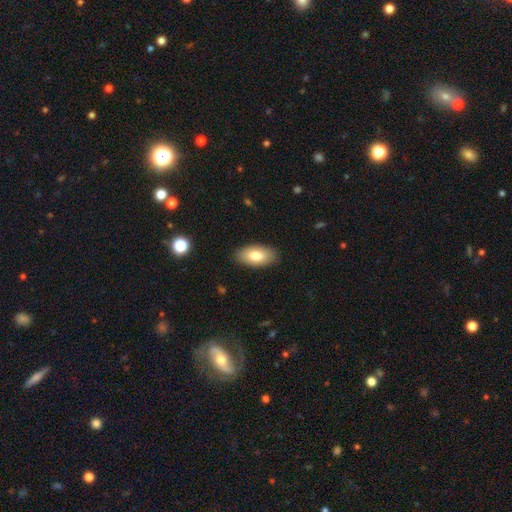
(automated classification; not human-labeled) A smooth galaxy with no disk features (80%) that is in between round and cigar-shaped (93%).

Vote fractions:
- Smooth or featured? smooth: 80% / featured or disk: 14% / star or artifact: 6%
- How rounded? in between: 93% / cigar-shaped: 4% / round: 3%
- Merging? none: 88% / minor disturbance: 9% / major disturbance: 2% / merger: 1%